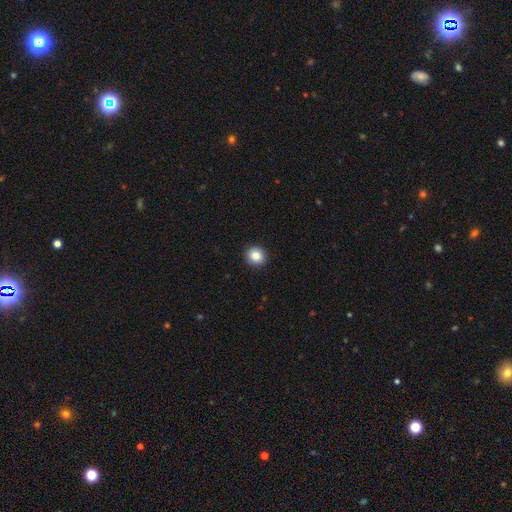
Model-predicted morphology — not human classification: A smooth galaxy with no disk features (85%) that is round (88%). Merging: none (92%).